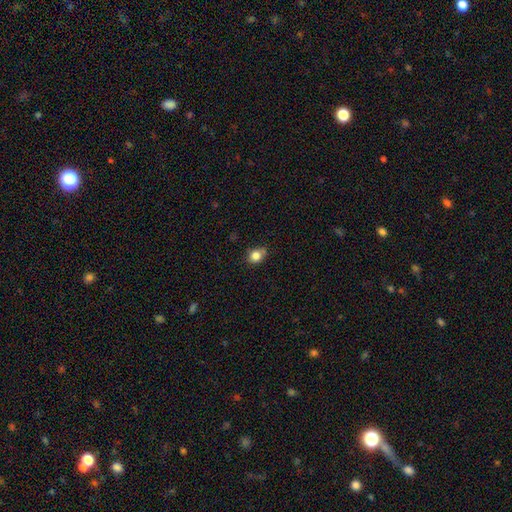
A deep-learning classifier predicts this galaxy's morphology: type=smooth (82%); roundness=round (65%); merging=none (66%).